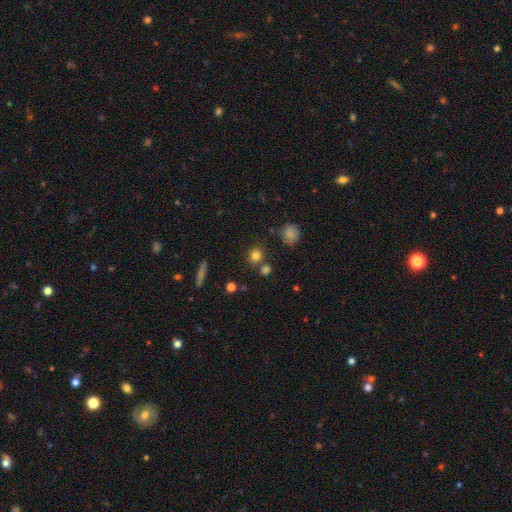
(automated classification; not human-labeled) smooth 80%, star or artifact 14%, featured or disk 7%. Down the decision tree: how rounded — round (87%); merging — none (75%).